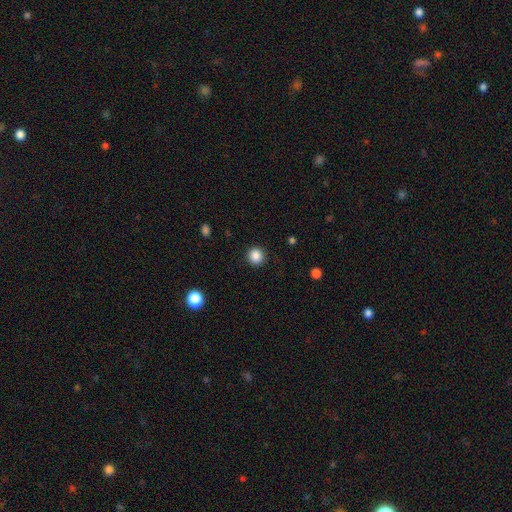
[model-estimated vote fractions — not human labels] smooth-or-featured: smooth: 87% | star or artifact: 10% | featured or disk: 3%
  how-rounded: round: 93% | in between: 6% | cigar-shaped: 1%
  merging: none: 92% | minor disturbance: 5% | major disturbance: 2% | merger: 1%